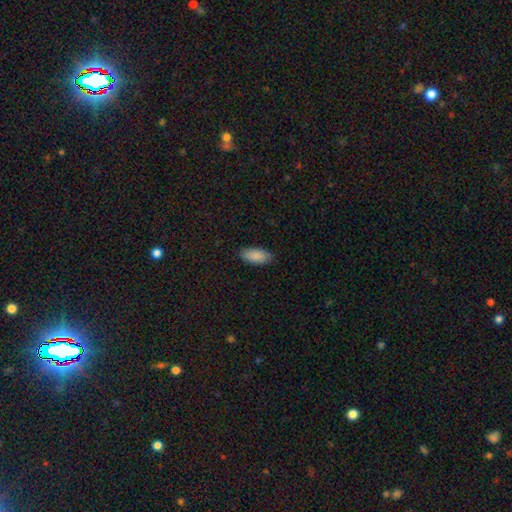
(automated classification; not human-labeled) This is clearly a smooth galaxy (89%). How rounded: clearly in between (89%). Merging: clearly none (86%).